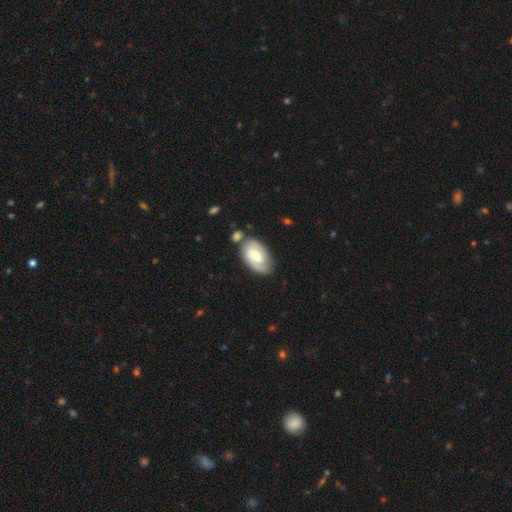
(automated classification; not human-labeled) smooth_or_featured: featured or disk (p=0.62) [alt: smooth p=0.33]
disk_edge_on: no (p=0.95) [alt: yes p=0.05]
bar: no (p=0.57) [alt: weak p=0.36]
has_spiral_arms: yes (p=0.81) [alt: no p=0.19]
bulge_size: moderate (p=0.65) [alt: small p=0.28]
merging: none (p=0.65) [alt: minor disturbance p=0.18]